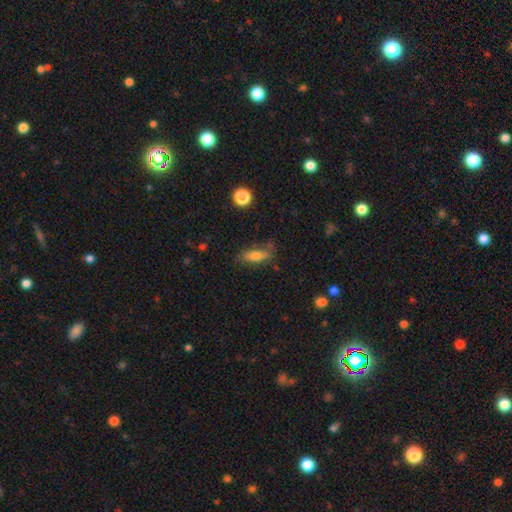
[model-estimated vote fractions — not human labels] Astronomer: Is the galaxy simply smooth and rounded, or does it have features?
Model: smooth — 71%.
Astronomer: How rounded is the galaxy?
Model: in between — 66%.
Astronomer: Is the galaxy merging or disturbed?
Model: none — 64%.